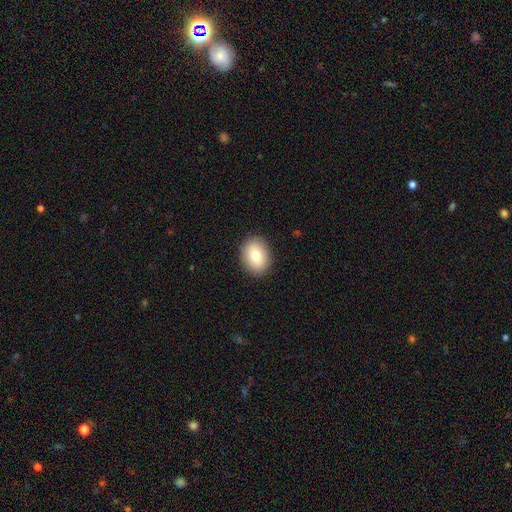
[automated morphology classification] Smooth or featured? smooth (81%)
How rounded? in between (65%)
Merging? none (90%)